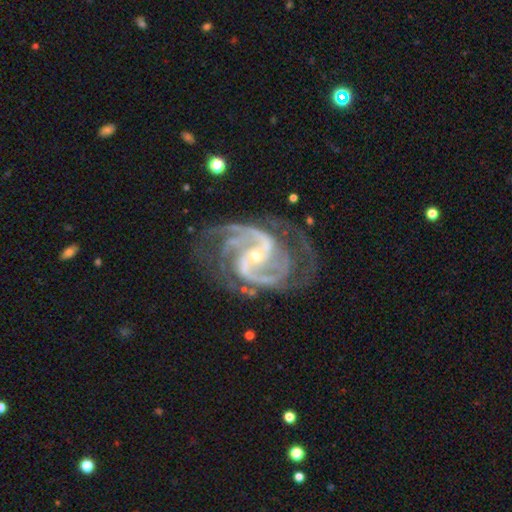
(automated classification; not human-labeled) smooth_or_featured: featured or disk (p=0.93) [alt: star or artifact p=0.05]
disk_edge_on: no (p=0.98) [alt: yes p=0.02]
bar: weak (p=0.37) [alt: no p=0.35]
has_spiral_arms: yes (p=0.99) [alt: no p=0.01]
spiral_winding: medium (p=0.55) [alt: tight p=0.35]
spiral_arm_count: 2 (p=0.48) [alt: 3 p=0.26]
bulge_size: small (p=0.70) [alt: moderate p=0.27]
merging: none (p=0.66) [alt: minor disturbance p=0.19]